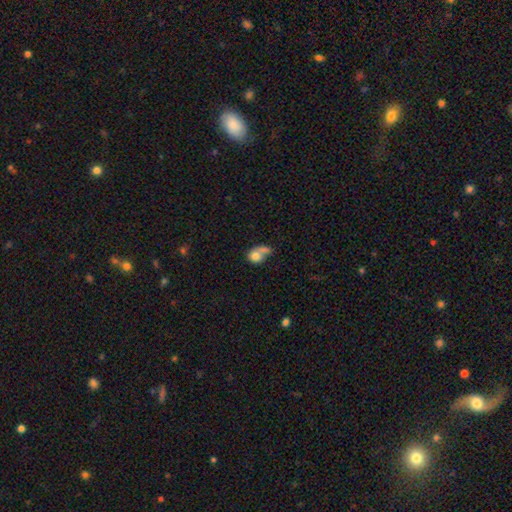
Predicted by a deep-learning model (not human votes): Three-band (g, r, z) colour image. It shows a smooth galaxy with no disk features (74%) that is round (60%). Merging: merger (52%).